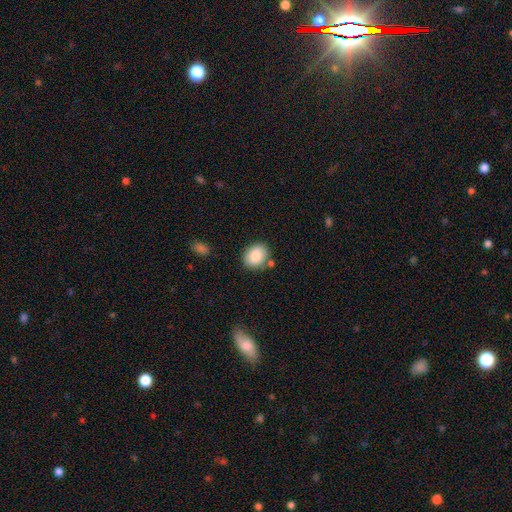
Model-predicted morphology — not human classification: Smooth or featured? smooth (86%)
How rounded? in between (51%)
Merging? none (80%)